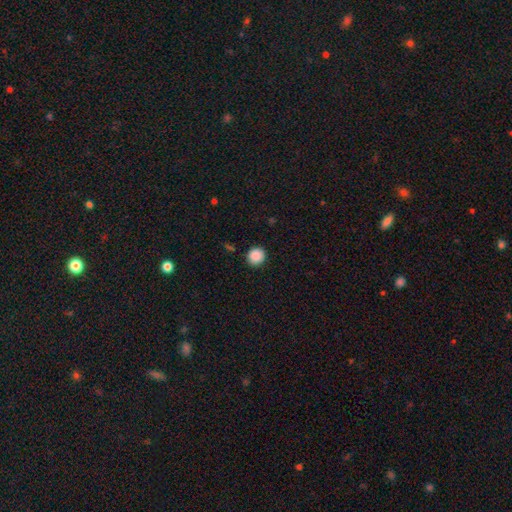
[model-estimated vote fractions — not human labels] The model was most divided on "smooth or featured": smooth: 88%, star or artifact: 9%, featured or disk: 3%. More confident: how rounded — round (92%); merging — none (90%).